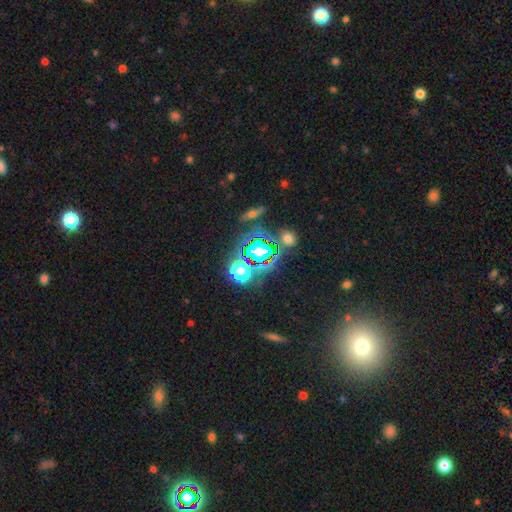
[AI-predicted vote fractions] The model was most divided on "smooth or featured": star or artifact: 78%, smooth: 14%, featured or disk: 8%.